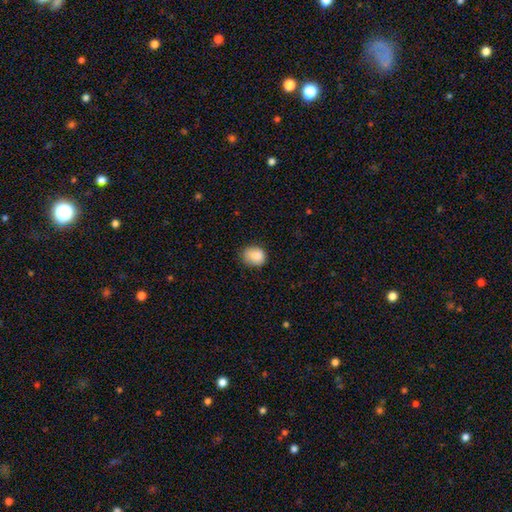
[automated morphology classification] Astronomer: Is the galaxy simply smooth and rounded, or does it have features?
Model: smooth — 87%.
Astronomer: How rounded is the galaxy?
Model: round — 59% (runner-up: in between, 40%).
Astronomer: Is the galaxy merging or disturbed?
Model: none — 69%.